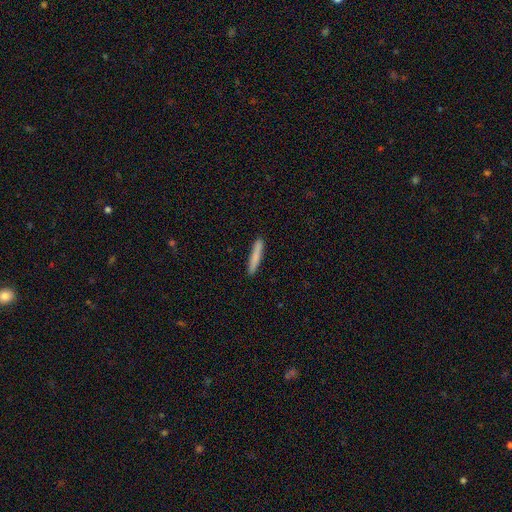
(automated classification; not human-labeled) Smooth or featured? Predicted: smooth (p=0.79). How rounded? Predicted: cigar-shaped (p=0.94). Merging? Predicted: none (p=0.91).